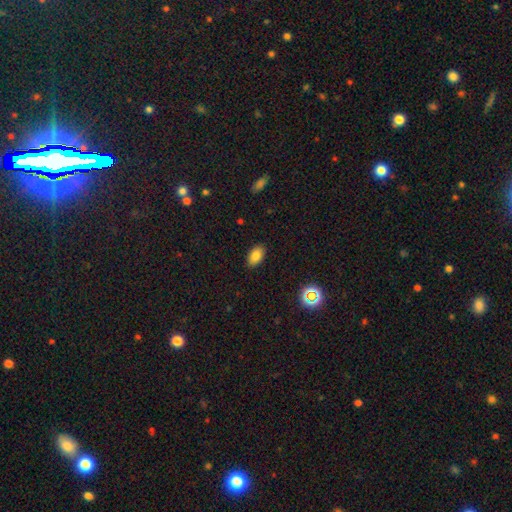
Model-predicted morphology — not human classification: A smooth galaxy with no disk features (82%) that is in between round and cigar-shaped (91%). Merging: none (88%).